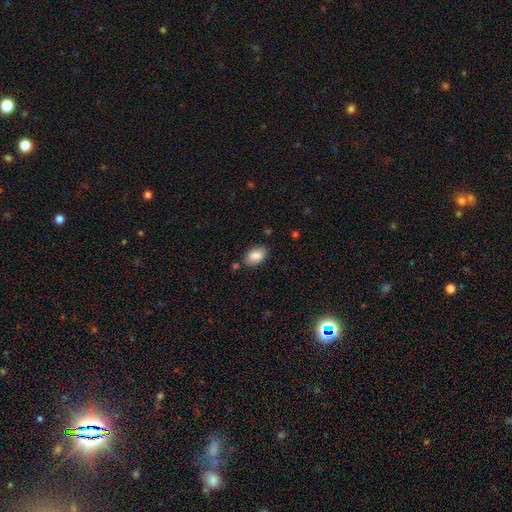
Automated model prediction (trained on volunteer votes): This appears to be a smooth galaxy with no disk features (86%) that is in between round and cigar-shaped (92%). Merging: none (80%).